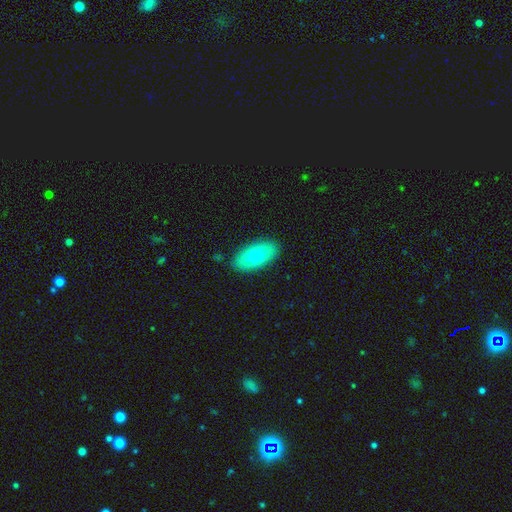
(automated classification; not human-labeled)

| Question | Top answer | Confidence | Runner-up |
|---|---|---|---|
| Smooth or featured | smooth | 72% | featured or disk (21%) |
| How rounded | in between | 89% | cigar-shaped (7%) |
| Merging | none | 88% | minor disturbance (9%) |